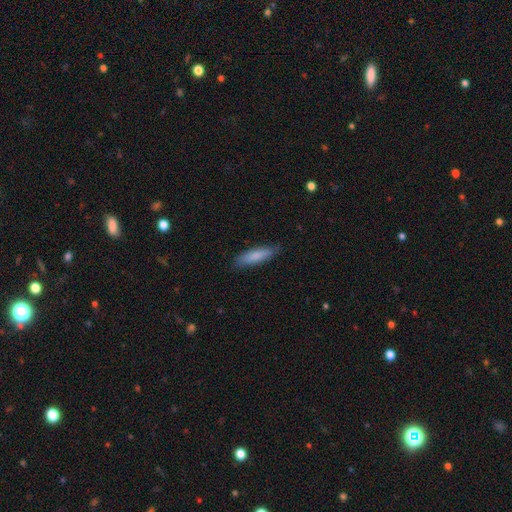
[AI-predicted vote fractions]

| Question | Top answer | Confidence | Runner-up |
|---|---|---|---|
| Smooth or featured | smooth | 82% | featured or disk (12%) |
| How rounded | cigar-shaped | 69% | in between (29%) |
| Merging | none | 85% | minor disturbance (12%) |